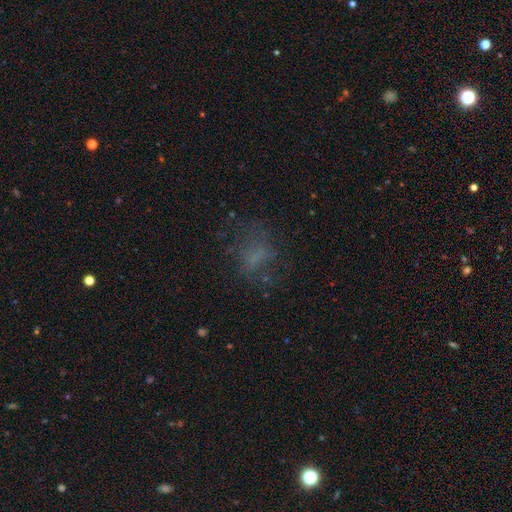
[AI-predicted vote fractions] Overall: smooth (50%; featured or disk 26%). How rounded: in between (61%; round 35%). Merging: none (57%; major disturbance 22%).